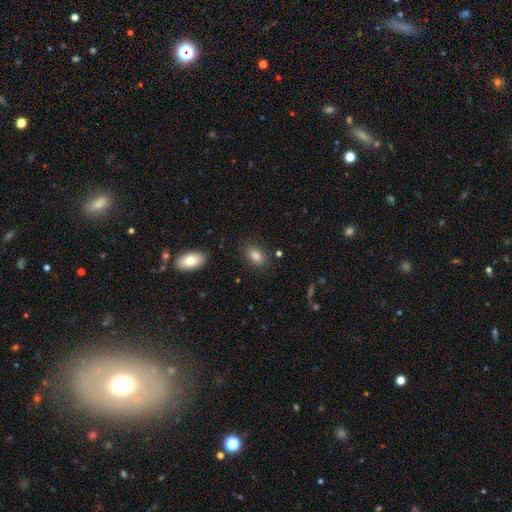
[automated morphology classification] The model was most divided on "merging": none: 83%, minor disturbance: 11%, major disturbance: 3%, merger: 2%. More confident: how rounded — in between (87%); smooth or featured — smooth (84%).